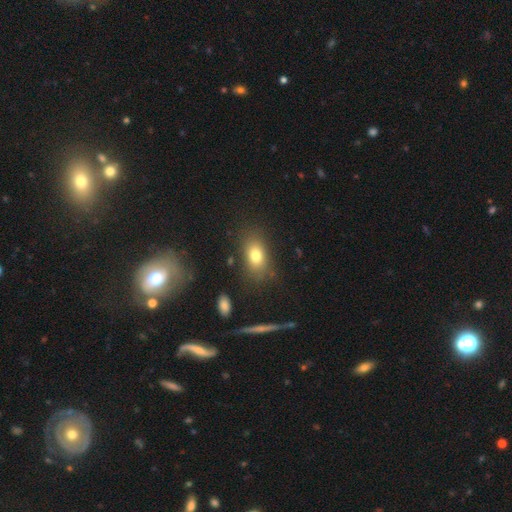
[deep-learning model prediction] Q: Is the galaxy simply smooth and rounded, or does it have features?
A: smooth — 76%.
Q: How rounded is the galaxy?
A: in between — 82%.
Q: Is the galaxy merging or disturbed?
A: none — 79%.